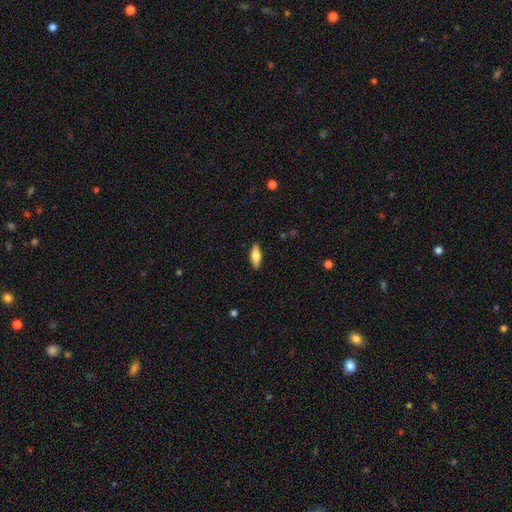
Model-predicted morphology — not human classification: Smooth or featured? Predicted: smooth (p=0.70). How rounded? Predicted: in between (p=0.65). Merging? Predicted: none (p=0.89).